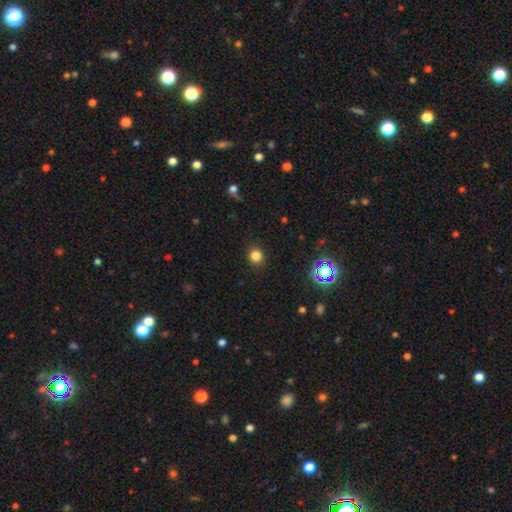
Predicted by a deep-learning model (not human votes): smooth 81%, star or artifact 15%, featured or disk 4%. Down the decision tree: how rounded — round (88%); merging — none (90%).